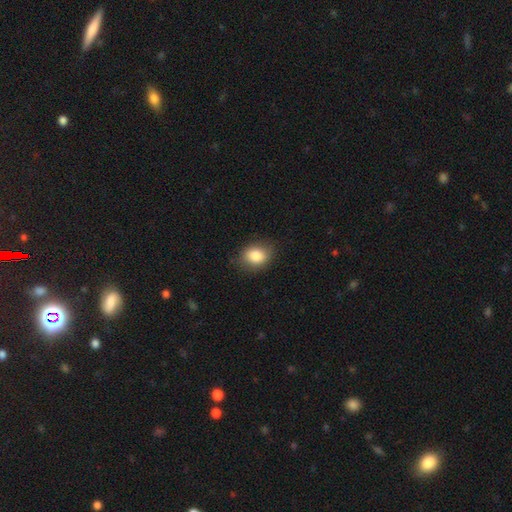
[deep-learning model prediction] smooth 83%, star or artifact 9%, featured or disk 8%. Down the decision tree: how rounded — in between (58%); merging — none (82%).